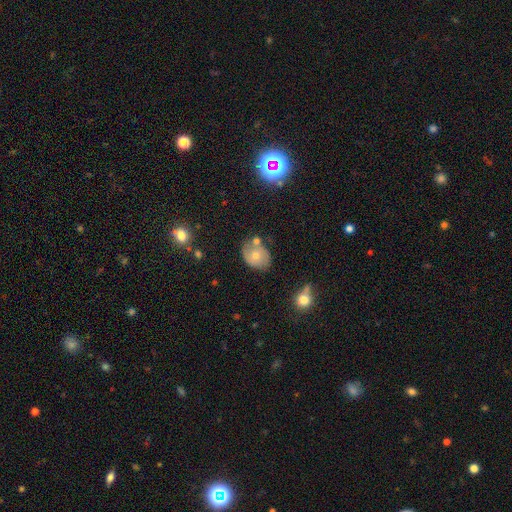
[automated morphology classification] smooth_or_featured: smooth (p=0.54) [alt: featured or disk p=0.36]
how_rounded: in between (p=0.57) [alt: round p=0.42]
merging: none (p=0.57) [alt: minor disturbance p=0.21]